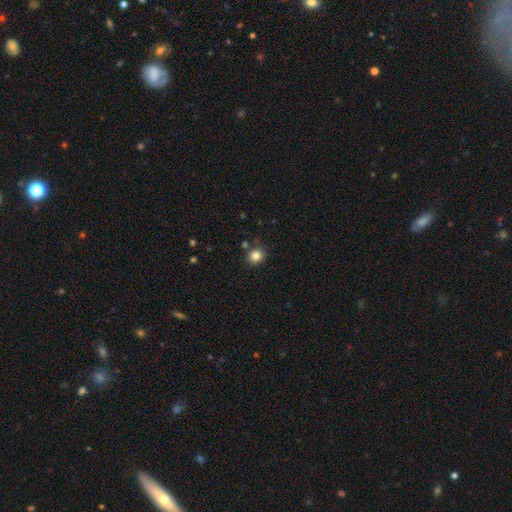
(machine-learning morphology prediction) type=smooth (82%); roundness=round (81%); merging=none (81%).